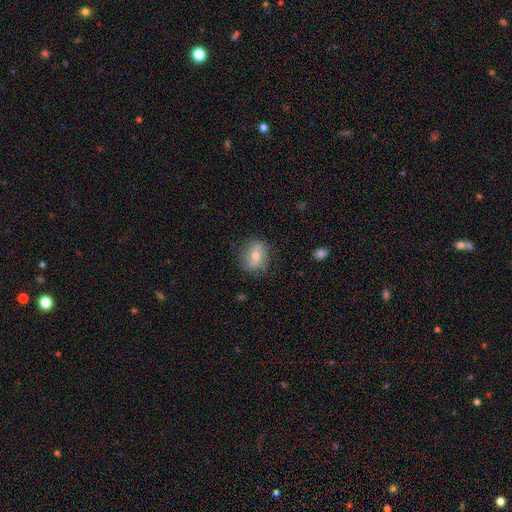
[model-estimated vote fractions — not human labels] The model was most divided on "smooth or featured": smooth: 59%, featured or disk: 31%, star or artifact: 10%. More confident: merging — none (77%); how rounded — round (64%).